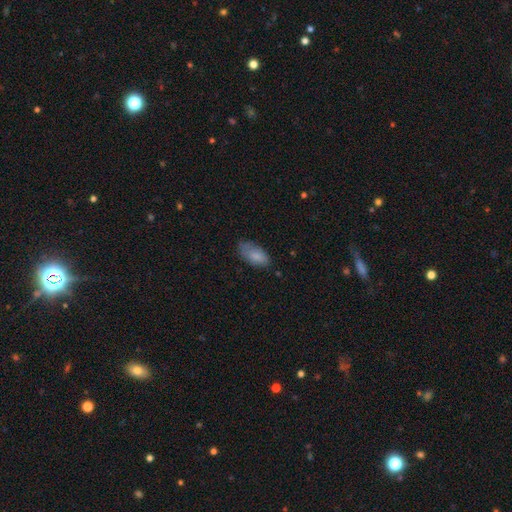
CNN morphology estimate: A smooth galaxy with no disk features (83%) that is in between round and cigar-shaped (92%).

Vote fractions:
- Smooth or featured? smooth: 83% / featured or disk: 10% / star or artifact: 7%
- How rounded? in between: 92% / cigar-shaped: 6% / round: 2%
- Merging? none: 61% / minor disturbance: 30% / major disturbance: 8% / merger: 2%